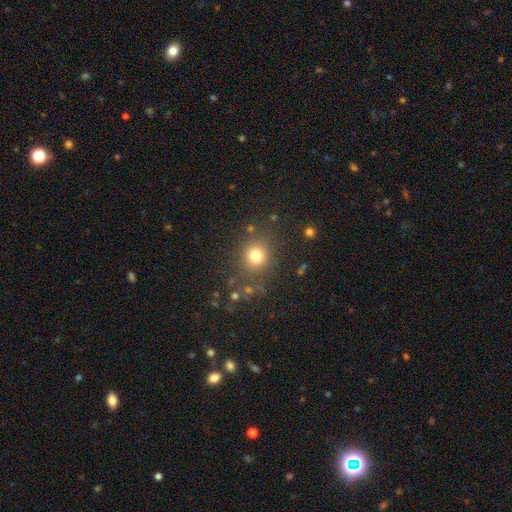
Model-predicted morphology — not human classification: A smooth galaxy with no disk features (76%) that is round (88%).

Vote fractions:
- Smooth or featured? smooth: 76% / star or artifact: 17% / featured or disk: 7%
- How rounded? round: 88% / in between: 11% / cigar-shaped: 1%
- Merging? none: 83% / minor disturbance: 9% / major disturbance: 4% / merger: 4%